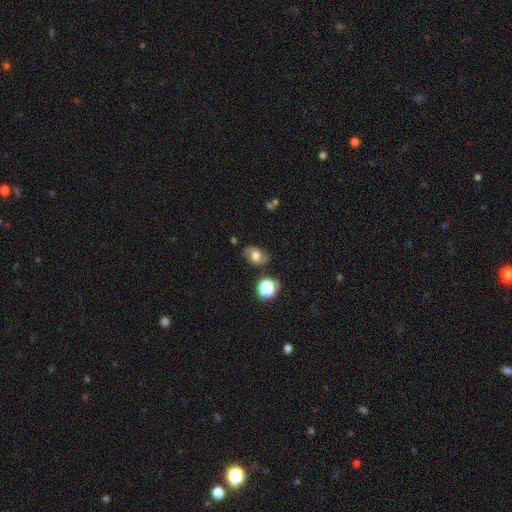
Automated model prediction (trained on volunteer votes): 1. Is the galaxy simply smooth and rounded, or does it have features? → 47% smooth, 41% featured or disk, 12% star or artifact.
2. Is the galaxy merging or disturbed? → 78% none, 15% minor disturbance, 5% major disturbance, 3% merger.